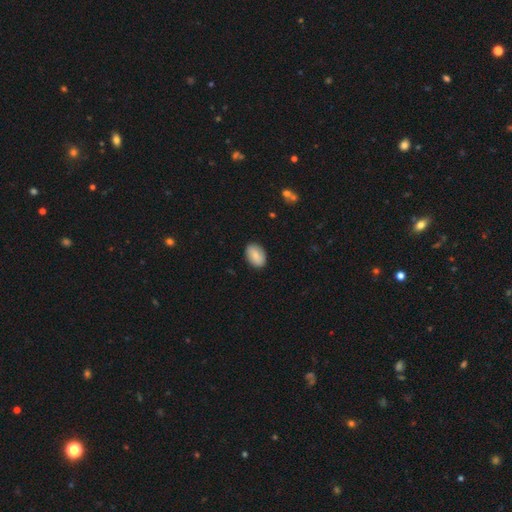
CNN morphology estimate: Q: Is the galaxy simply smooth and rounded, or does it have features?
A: smooth — 79%.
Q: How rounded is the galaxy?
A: in between — 86%.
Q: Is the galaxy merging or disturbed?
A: none — 87%.